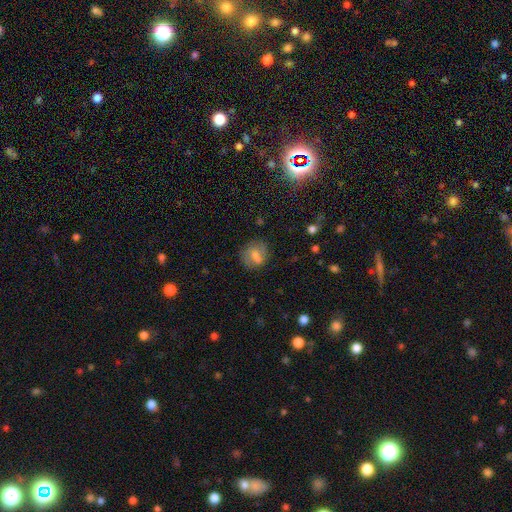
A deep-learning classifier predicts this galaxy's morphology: Overall: smooth (61%; featured or disk 28%). How rounded: round (73%). Merging: none (63%).